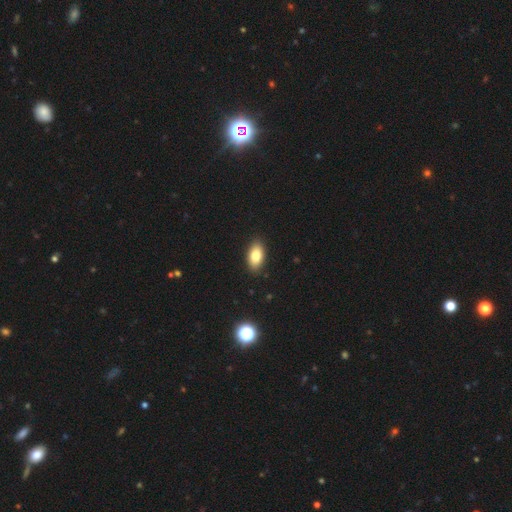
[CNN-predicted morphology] Smooth or featured: smooth — 82% (featured or disk — 10%)
How rounded: in between — 92% (round — 5%)
Merging: none — 89% (minor disturbance — 8%)